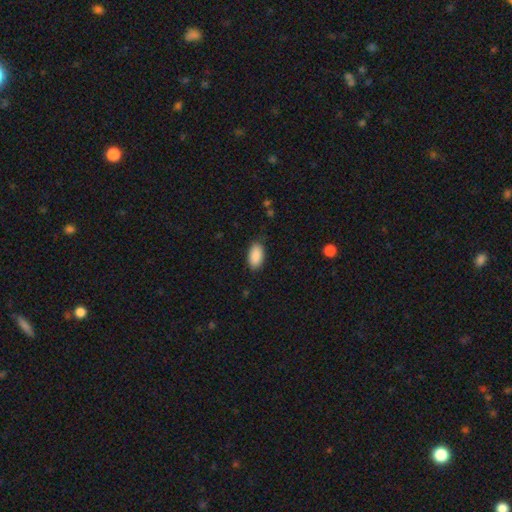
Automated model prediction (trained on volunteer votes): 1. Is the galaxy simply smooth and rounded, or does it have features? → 90% smooth, 6% star or artifact, 3% featured or disk.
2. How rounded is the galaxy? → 94% in between, 3% round, 2% cigar-shaped.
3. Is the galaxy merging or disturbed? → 85% none, 11% minor disturbance, 3% major disturbance, 1% merger.